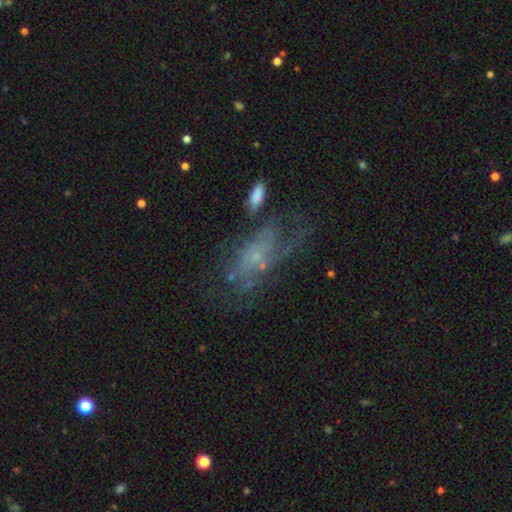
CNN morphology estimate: A featured or disk galaxy (60%) with no bar (79%), spiral arms (58%) and a small central bulge (57%). Merging: none (39%).